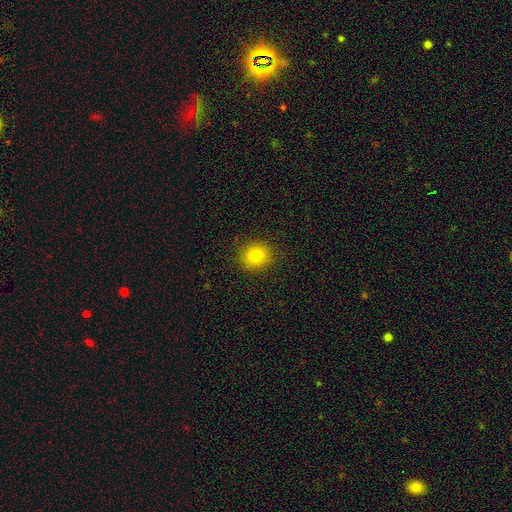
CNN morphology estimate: Smooth or featured? Predicted: smooth (p=0.83). How rounded? Predicted: round (p=0.83). Merging? Predicted: none (p=0.90).